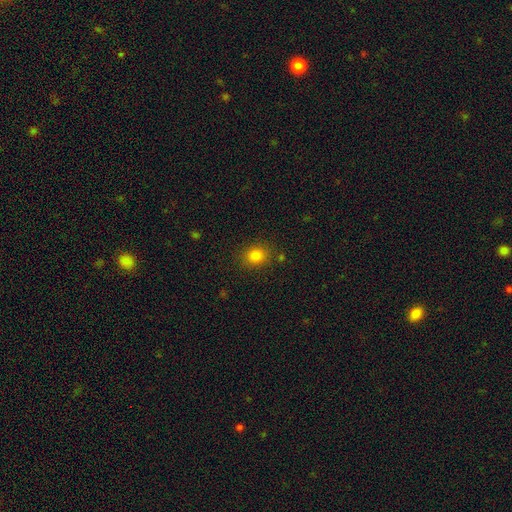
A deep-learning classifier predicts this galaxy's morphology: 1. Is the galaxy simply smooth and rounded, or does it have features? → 81% smooth, 13% star or artifact, 6% featured or disk.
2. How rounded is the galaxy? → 71% round, 29% in between, 1% cigar-shaped.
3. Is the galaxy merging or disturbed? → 86% none, 9% minor disturbance, 3% major disturbance, 2% merger.